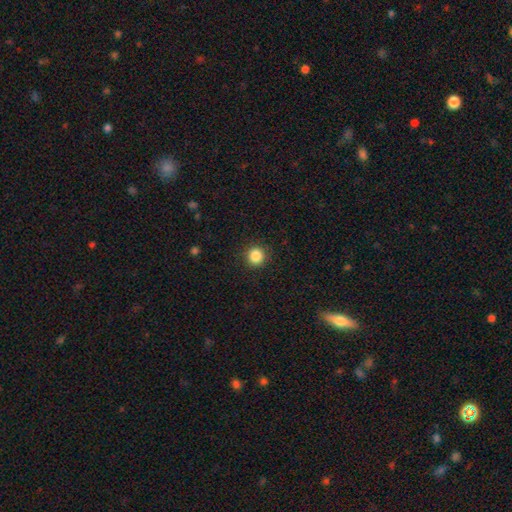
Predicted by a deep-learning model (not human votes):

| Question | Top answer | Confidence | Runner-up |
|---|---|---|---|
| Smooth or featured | smooth | 86% | star or artifact (10%) |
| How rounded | round | 93% | in between (6%) |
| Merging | none | 91% | minor disturbance (6%) |